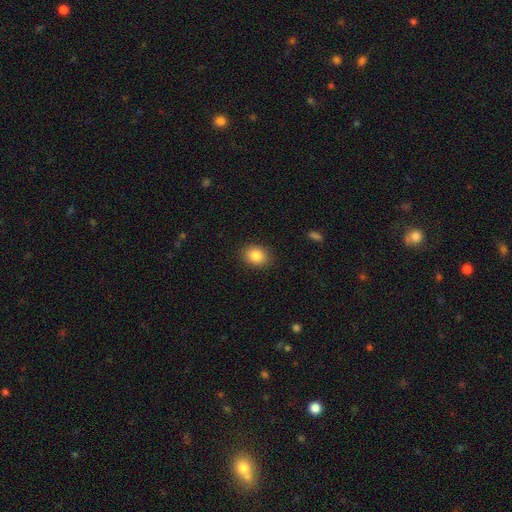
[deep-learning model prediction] Morphology: type=smooth (85%); roundness=in between (62%); merging=none (88%).